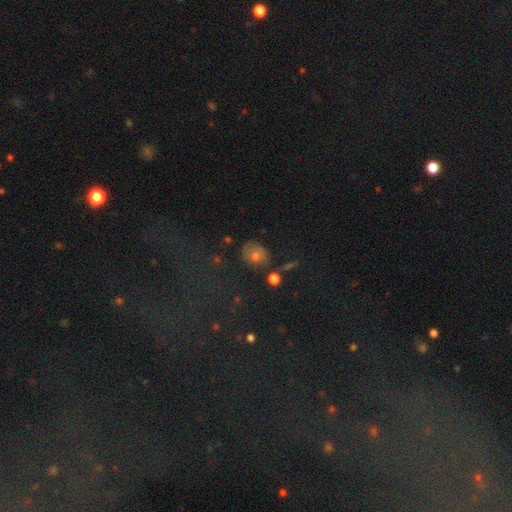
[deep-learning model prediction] smooth_or_featured: smooth (p=0.61) [alt: featured or disk p=0.20]
how_rounded: round (p=0.61) [alt: in between p=0.38]
merging: none (p=0.64) [alt: minor disturbance p=0.23]